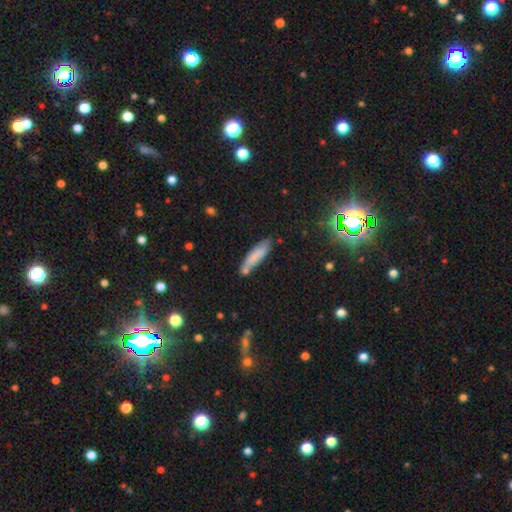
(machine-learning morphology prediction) Q: Smooth or featured?
A: smooth (77%); runner-up: featured or disk (15%)
Q: How rounded?
A: cigar-shaped (74%); runner-up: in between (25%)
Q: Merging?
A: none (65%); runner-up: minor disturbance (20%)